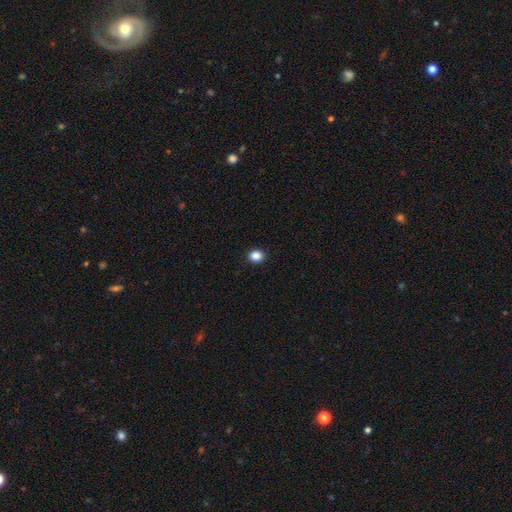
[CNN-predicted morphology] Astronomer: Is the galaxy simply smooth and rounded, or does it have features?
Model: smooth — 86%.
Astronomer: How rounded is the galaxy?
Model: round — 65%.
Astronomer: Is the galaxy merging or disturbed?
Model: none — 91%.